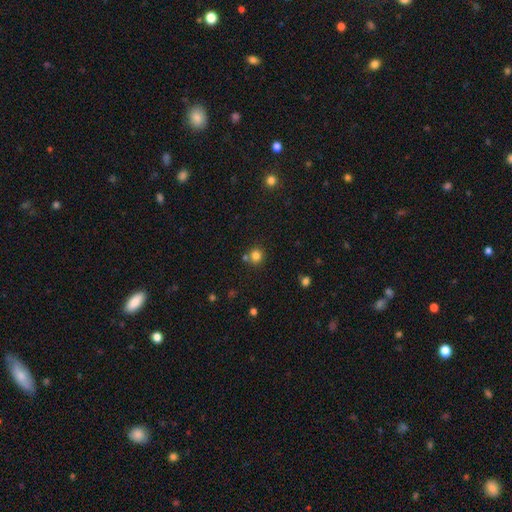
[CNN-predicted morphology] smooth-or-featured: smooth: 80% | star or artifact: 14% | featured or disk: 6%
  how-rounded: round: 90% | in between: 10% | cigar-shaped: 1%
  merging: none: 70% | merger: 18% | minor disturbance: 8% | major disturbance: 3%